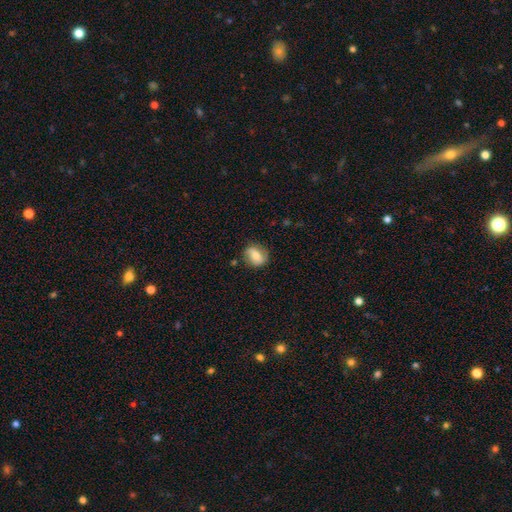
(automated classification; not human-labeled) A smooth galaxy with no disk features (59%) that is round (55%). Merging: none (72%).